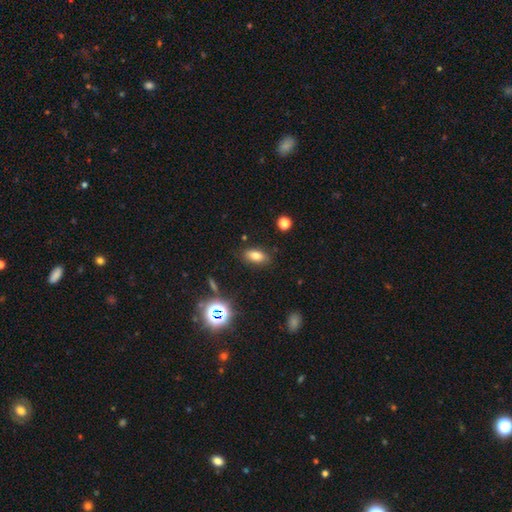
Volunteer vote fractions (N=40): Smooth or featured? 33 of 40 (82%) said smooth. How rounded? 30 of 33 (91%) said in between. Merging? 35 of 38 (92%) said none.